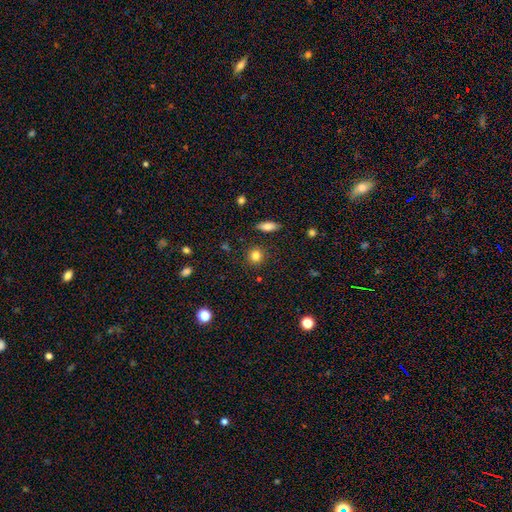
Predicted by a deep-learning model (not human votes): smooth 83%, star or artifact 11%, featured or disk 6%. Down the decision tree: how rounded — round (85%); merging — none (88%).